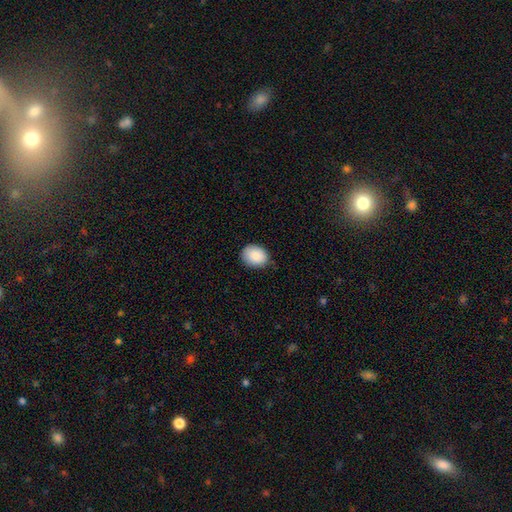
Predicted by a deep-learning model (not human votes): Smooth or featured: smooth — 88% (star or artifact — 7%)
How rounded: in between — 59% (round — 40%)
Merging: none — 81% (minor disturbance — 15%)